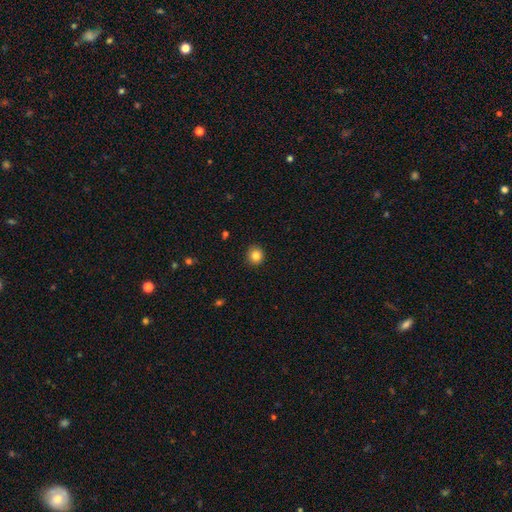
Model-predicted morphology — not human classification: Overall: smooth (84%). How rounded: round (89%). Merging: none (91%).